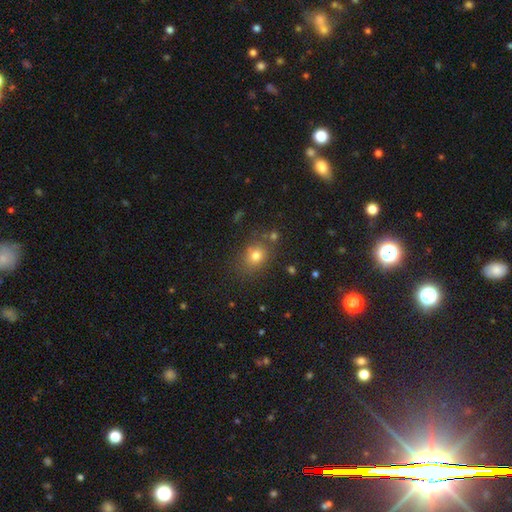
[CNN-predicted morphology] Q: Smooth or featured?
A: smooth (75%); runner-up: star or artifact (15%)
Q: How rounded?
A: round (55%); runner-up: in between (44%)
Q: Merging?
A: none (75%); runner-up: minor disturbance (14%)